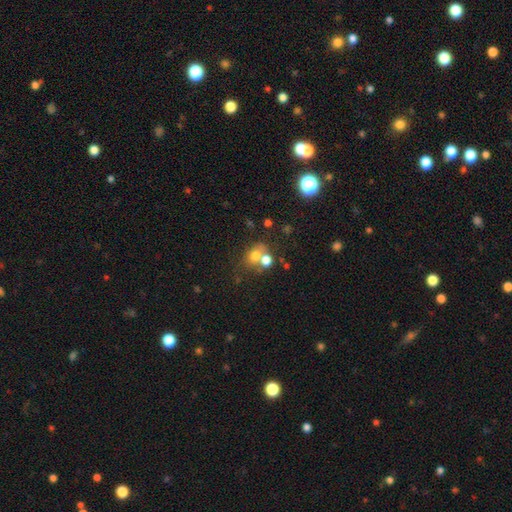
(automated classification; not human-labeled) The model was most divided on "merging": merger: 45%, none: 38%, minor disturbance: 11%, major disturbance: 6%. More confident: smooth or featured — smooth (69%); how rounded — round (54%).